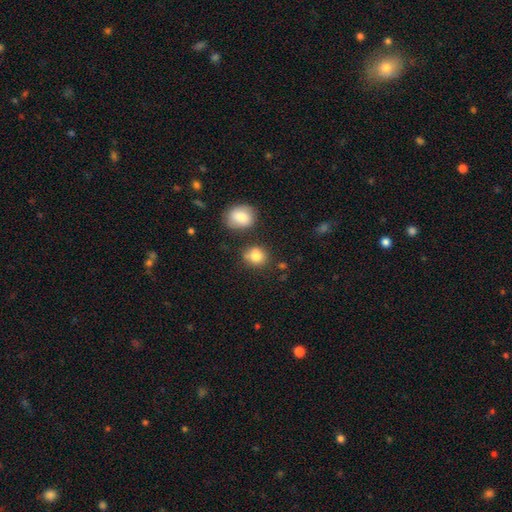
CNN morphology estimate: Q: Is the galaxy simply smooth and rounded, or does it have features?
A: smooth — 80%.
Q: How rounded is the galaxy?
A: round — 66%.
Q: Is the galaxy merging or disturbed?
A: none — 62%.